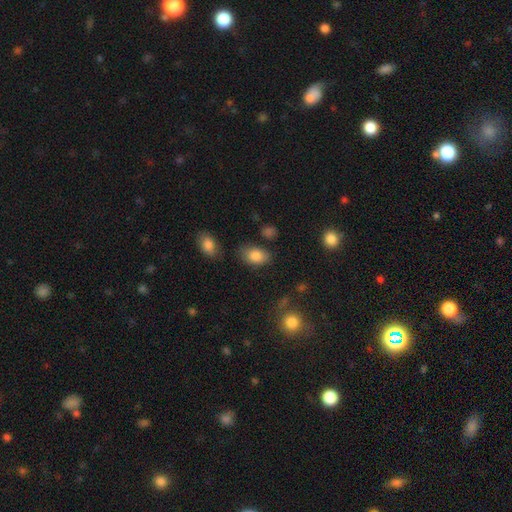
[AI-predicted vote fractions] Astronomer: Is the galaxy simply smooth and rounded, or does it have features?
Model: smooth — 84%.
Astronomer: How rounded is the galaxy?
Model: in between — 87%.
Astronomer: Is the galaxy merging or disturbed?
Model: none — 75%.